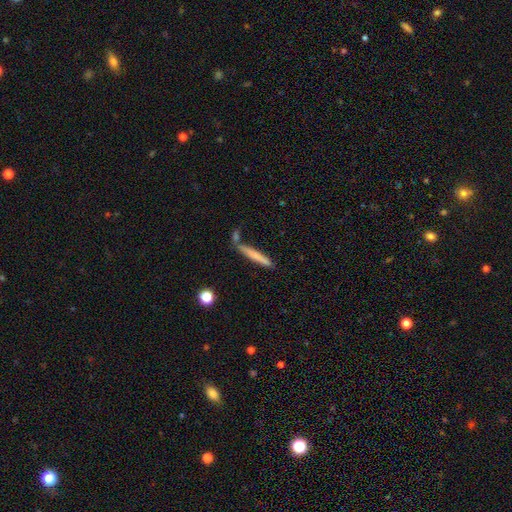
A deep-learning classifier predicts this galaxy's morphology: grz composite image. It shows a smooth galaxy with no disk features (68%) that is cigar-shaped (94%). Merging: none (69%).